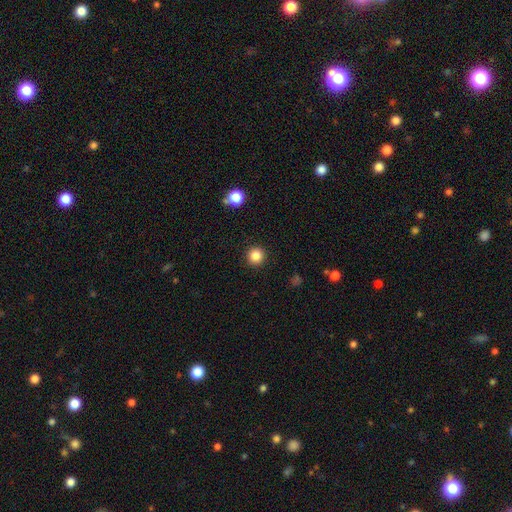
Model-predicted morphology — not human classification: This appears to be a smooth galaxy with no disk features (85%) that is round (95%). Merging: none (92%).